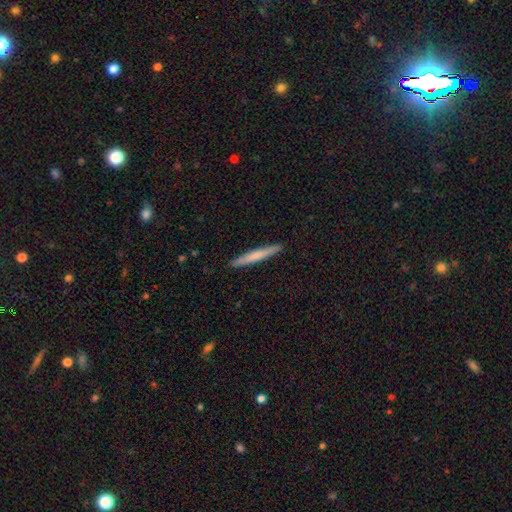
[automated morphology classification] Overall: smooth (65%; featured or disk 29%). How rounded: cigar-shaped (96%). Merging: none (92%).